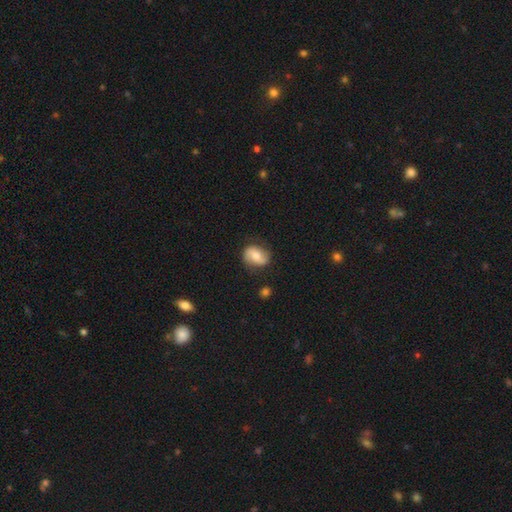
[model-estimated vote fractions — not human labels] Smooth or featured?
  - featured or disk: 60% *
  - smooth: 32%
  - star or artifact: 7%
Edge-on disk?
  - no: 97% *
  - yes: 3%
Bar?
  - no: 46% *
  - weak: 39%
  - strong: 14%
Spiral arms?
  - yes: 92% *
  - no: 8%
Spiral winding?
  - loose: 43% *
  - medium: 40%
  - tight: 17%
Spiral arm count?
  - 2: 90% *
  - can't tell: 4%
  - 1: 3%
  - 3: 1%
  - 4: 1%
  - more than 4: 1%
Bulge size?
  - moderate: 57% *
  - small: 26%
  - large: 10%
  - none: 6%
  - dominant: 2%
Merging?
  - none: 77% *
  - minor disturbance: 16%
  - major disturbance: 5%
  - merger: 2%